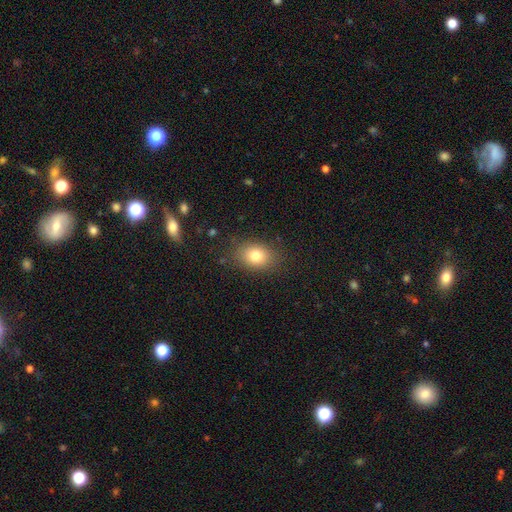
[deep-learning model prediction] Overall: smooth (80%). How rounded: in between (70%). Merging: none (83%).